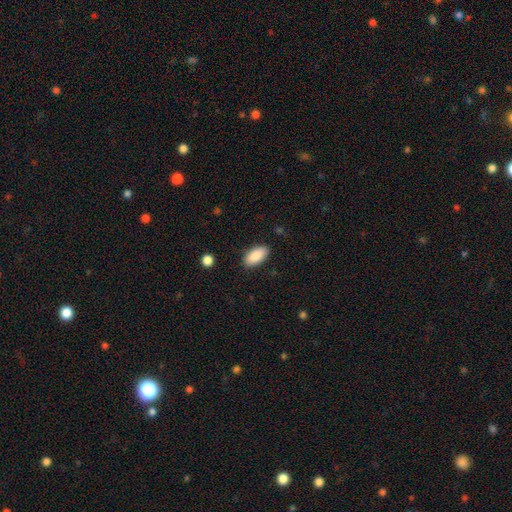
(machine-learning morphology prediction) Smooth or featured? Predicted: smooth (p=0.88). How rounded? Predicted: in between (p=0.93). Merging? Predicted: none (p=0.87).